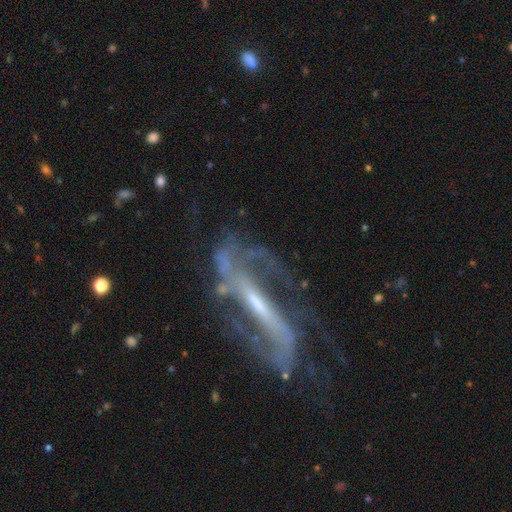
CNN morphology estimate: Smooth or featured?
  - featured or disk: 89% *
  - star or artifact: 6%
  - smooth: 5%
Edge-on disk?
  - no: 83% *
  - yes: 17%
Bar?
  - strong: 68% *
  - weak: 22%
  - no: 10%
Spiral arms?
  - yes: 94% *
  - no: 6%
Spiral winding?
  - medium: 44% *
  - loose: 38%
  - tight: 18%
Spiral arm count?
  - 2: 84% *
  - can't tell: 6%
  - 3: 3%
  - 1: 3%
  - 4: 2%
  - more than 4: 2%
Bulge size?
  - small: 61% *
  - moderate: 27%
  - none: 8%
  - large: 3%
  - dominant: 1%
Merging?
  - none: 58% *
  - major disturbance: 20%
  - minor disturbance: 19%
  - merger: 4%